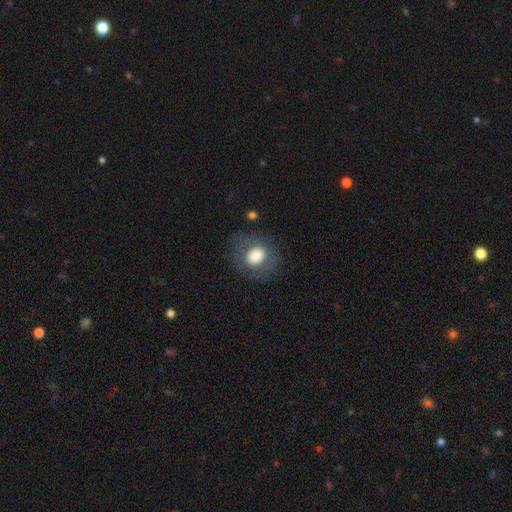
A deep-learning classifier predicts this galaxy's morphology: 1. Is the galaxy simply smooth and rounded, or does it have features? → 70% smooth, 21% featured or disk, 9% star or artifact.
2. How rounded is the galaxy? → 77% round, 22% in between, 1% cigar-shaped.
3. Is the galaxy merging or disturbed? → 79% none, 12% minor disturbance, 8% major disturbance, 1% merger.